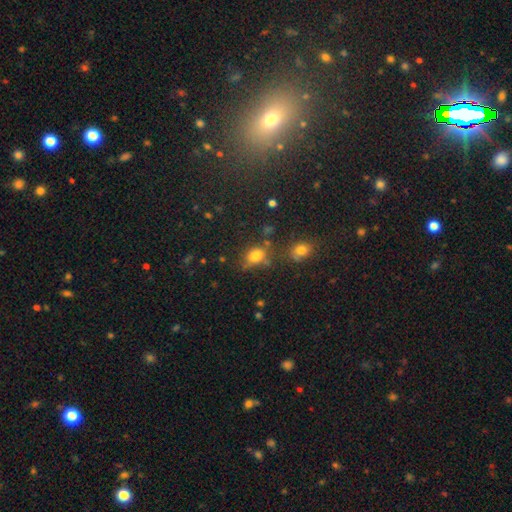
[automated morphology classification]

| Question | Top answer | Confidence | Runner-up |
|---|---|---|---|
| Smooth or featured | smooth | 76% | star or artifact (15%) |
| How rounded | in between | 58% | round (40%) |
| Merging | none | 58% | minor disturbance (21%) |